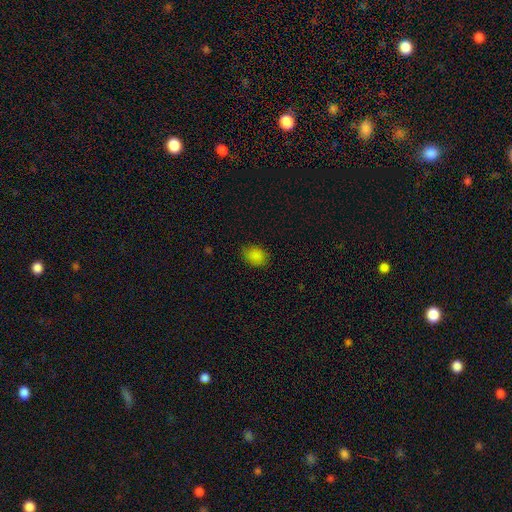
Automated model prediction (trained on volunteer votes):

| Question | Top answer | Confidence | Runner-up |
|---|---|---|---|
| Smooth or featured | smooth | 85% | star or artifact (11%) |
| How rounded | in between | 57% | round (42%) |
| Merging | none | 81% | minor disturbance (15%) |